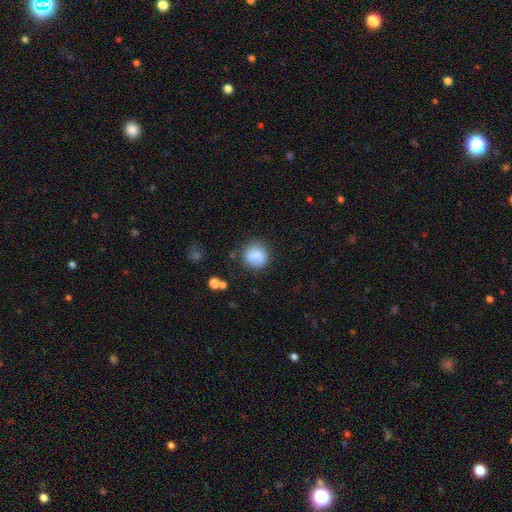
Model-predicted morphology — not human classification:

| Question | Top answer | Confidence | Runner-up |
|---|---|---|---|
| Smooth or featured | smooth | 83% | star or artifact (9%) |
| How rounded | round | 85% | in between (14%) |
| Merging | none | 75% | minor disturbance (16%) |